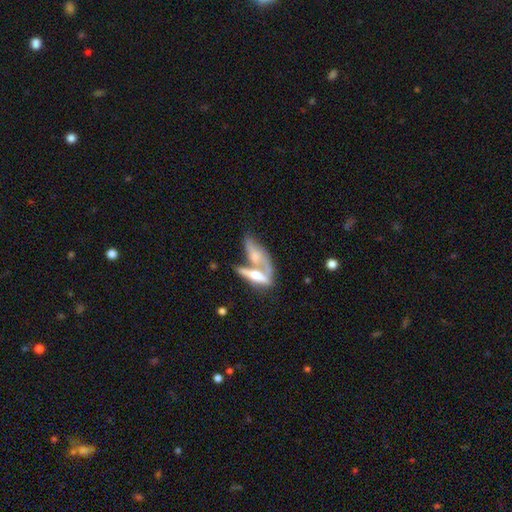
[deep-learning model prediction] A featured or disk galaxy (51%) with not edge-on (50%, tied with yes).

Vote fractions:
- Smooth or featured? featured or disk: 51% / smooth: 42% / star or artifact: 8%
- Edge-on disk? no: 50% (tied) / yes: 50% (tied)
- Merging? merger: 64% / none: 19% / minor disturbance: 9% / major disturbance: 8%